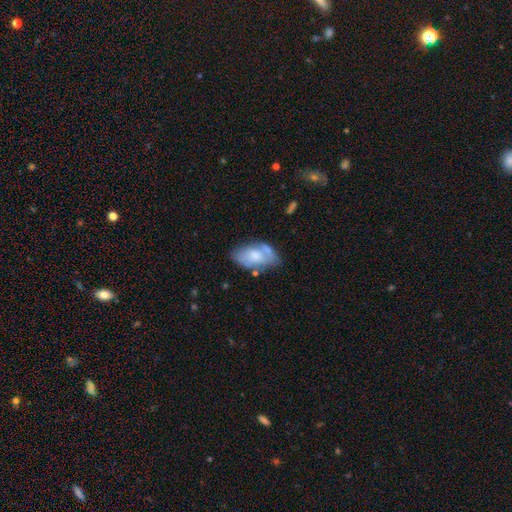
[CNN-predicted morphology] A smooth galaxy with no disk features (54%) that is in between round and cigar-shaped (93%).

Vote fractions:
- Smooth or featured? smooth: 54% / featured or disk: 40% / star or artifact: 7%
- How rounded? in between: 93% / round: 4% / cigar-shaped: 3%
- Merging? none: 53% / minor disturbance: 27% / merger: 11% / major disturbance: 9%